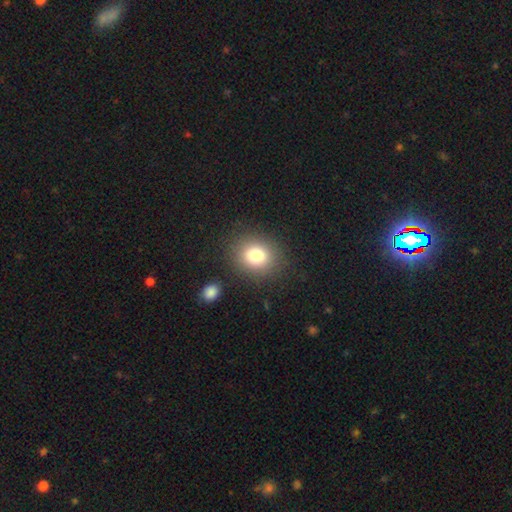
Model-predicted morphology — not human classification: type=smooth (78%); roundness=round (68%); merging=none (86%).